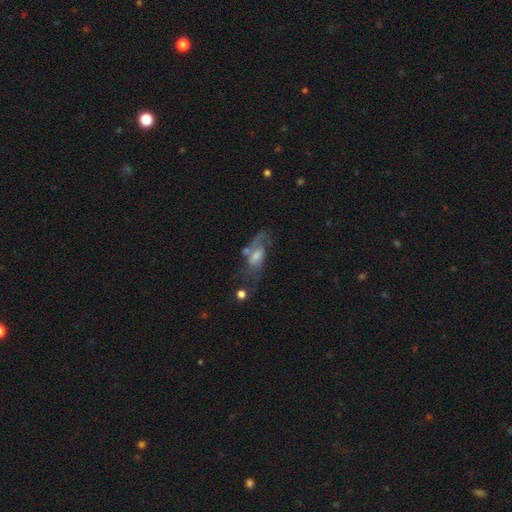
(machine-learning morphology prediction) The model was most divided on "bar": weak: 45%, no: 42%, strong: 12%. Remaining: edge-on disk — no (89%); spiral arms — yes (83%); smooth or featured — featured or disk (70%); spiral arm count — 2 (70%); merging — none (51%); spiral winding — medium (45%); bulge size — moderate (45%).